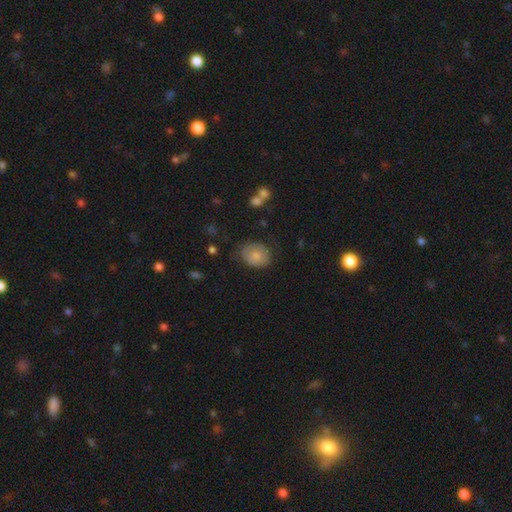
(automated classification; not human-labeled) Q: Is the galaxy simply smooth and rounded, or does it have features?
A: smooth — 78%.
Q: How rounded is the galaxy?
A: in between — 50%.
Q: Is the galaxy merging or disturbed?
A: none — 68%.